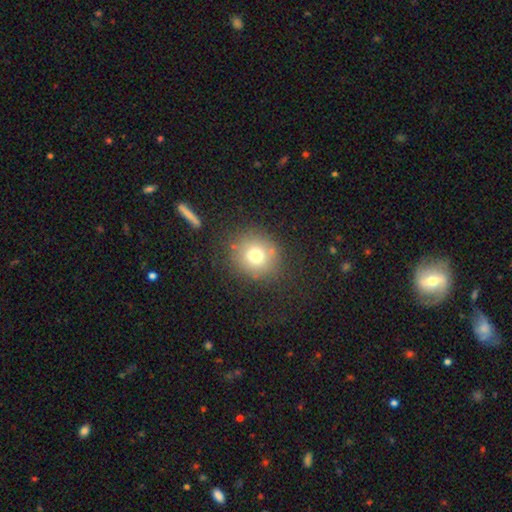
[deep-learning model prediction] Overall: smooth (72%). How rounded: round (86%). Merging: none (80%).